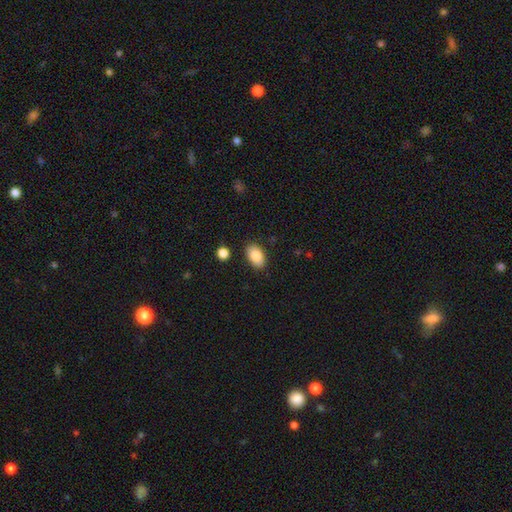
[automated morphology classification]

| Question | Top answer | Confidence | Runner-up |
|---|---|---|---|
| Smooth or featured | smooth | 86% | star or artifact (7%) |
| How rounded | in between | 91% | round (7%) |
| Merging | none | 86% | minor disturbance (10%) |